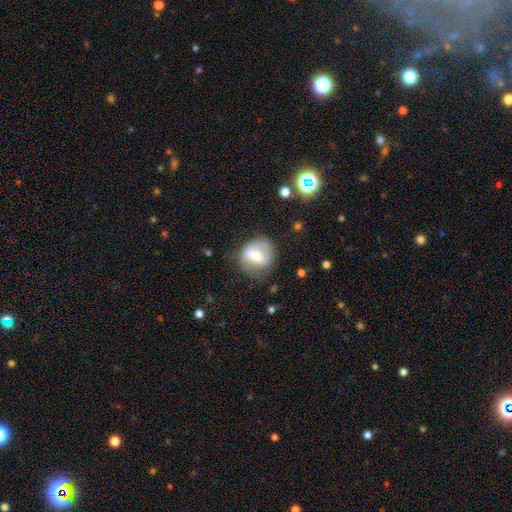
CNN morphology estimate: Smooth or featured? Predicted: smooth (p=0.50). Merging? Predicted: none (p=0.64).